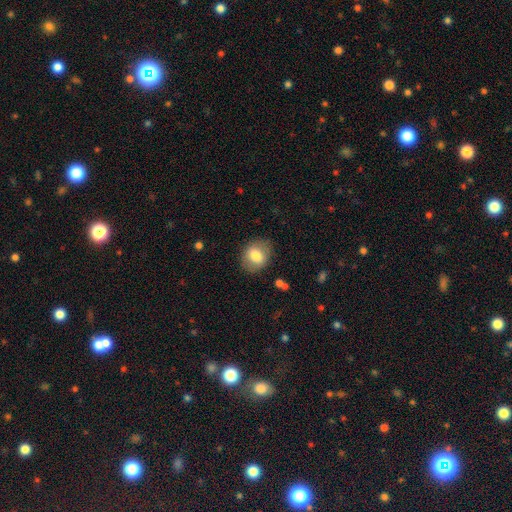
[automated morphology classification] type=smooth (75%); roundness=round (51%); merging=none (82%).